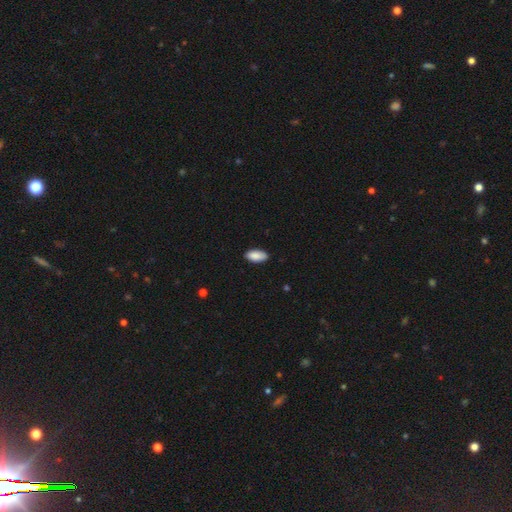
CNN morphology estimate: Smooth or featured: smooth — 89% (star or artifact — 6%)
How rounded: in between — 93% (cigar-shaped — 5%)
Merging: none — 86% (minor disturbance — 11%)